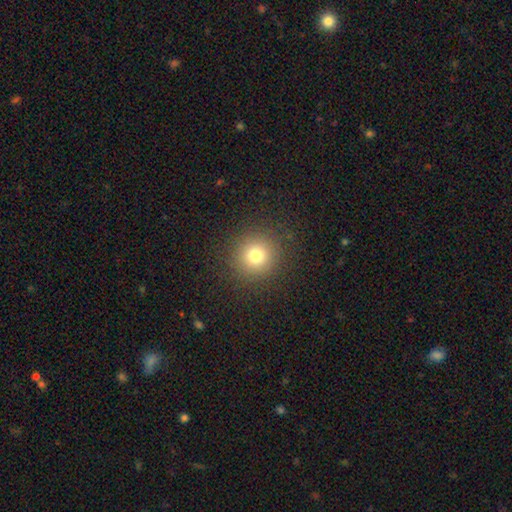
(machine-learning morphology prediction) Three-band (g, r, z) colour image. It shows a smooth galaxy with no disk features (76%) that is round (93%). Merging: none (89%).